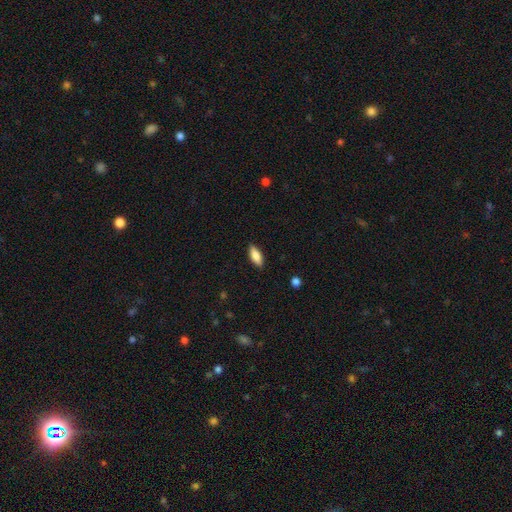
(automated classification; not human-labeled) This is likely a smooth galaxy (80%). How rounded: likely in between (70%). Merging: clearly none (87%).